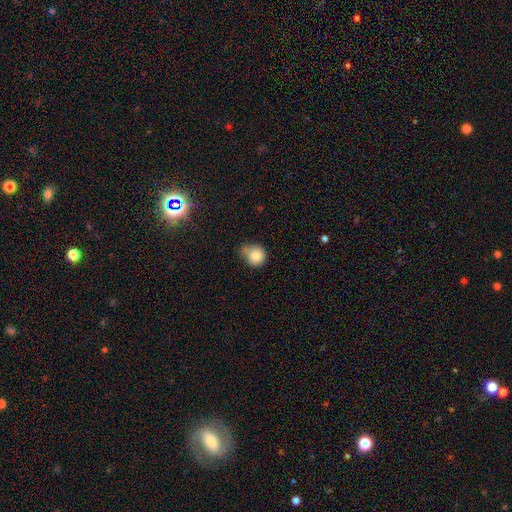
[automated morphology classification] A smooth galaxy with no disk features (84%) that is round (77%). Merging: minor disturbance (42%).